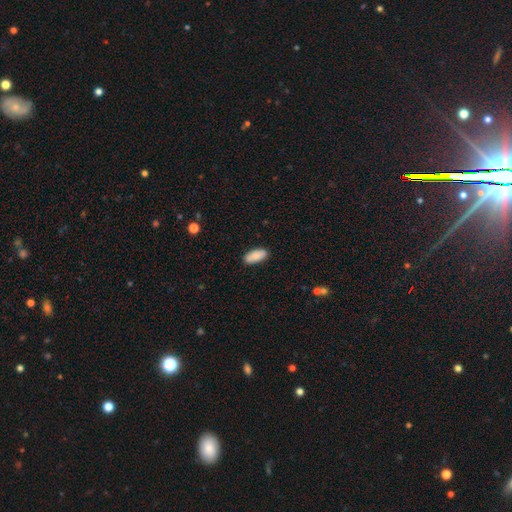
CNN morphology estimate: Smooth or featured? Predicted: smooth (p=0.88). How rounded? Predicted: in between (p=0.87). Merging? Predicted: none (p=0.88).